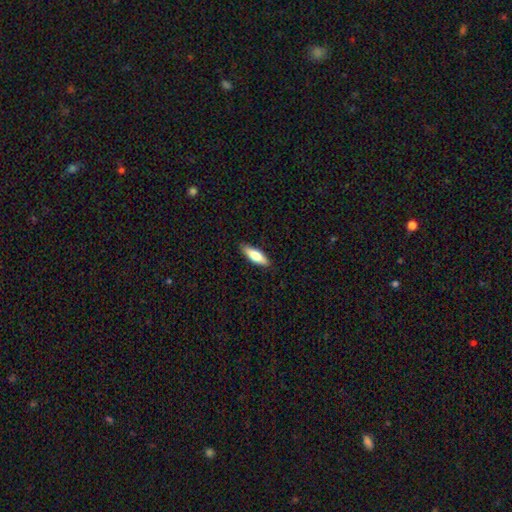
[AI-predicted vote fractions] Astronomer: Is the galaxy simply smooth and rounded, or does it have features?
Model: smooth — 71%.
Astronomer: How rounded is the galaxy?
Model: in between — 54% (runner-up: cigar-shaped, 44%).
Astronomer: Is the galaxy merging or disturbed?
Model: none — 88%.